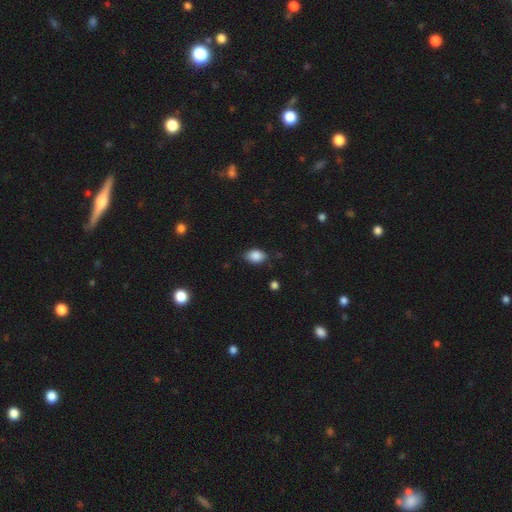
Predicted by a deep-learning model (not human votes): smooth-or-featured: smooth: 86% | star or artifact: 8% | featured or disk: 5%
  how-rounded: in between: 82% | round: 17% | cigar-shaped: 1%
  merging: none: 78% | minor disturbance: 17% | major disturbance: 3% | merger: 1%